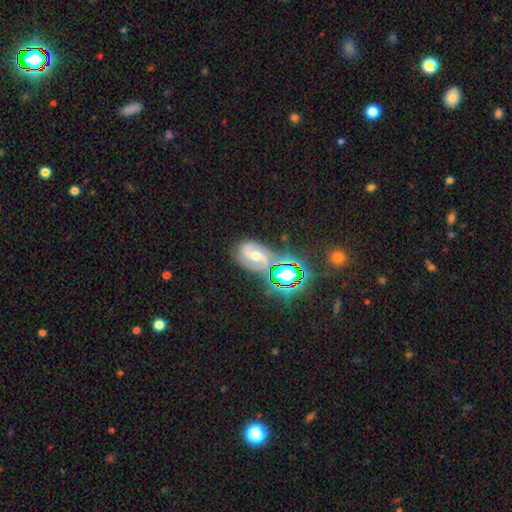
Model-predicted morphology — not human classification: Smooth or featured: featured or disk — 70% (star or artifact — 17%)
Edge-on disk: no — 97% (yes — 3%)
Bar: weak — 43% (no — 29%)
Spiral arms: yes — 94% (no — 6%)
Spiral winding: medium — 52% (loose — 26%)
Spiral arm count: 2 — 87% (can't tell — 5%)
Bulge size: moderate — 63% (small — 29%)
Merging: none — 68% (minor disturbance — 18%)